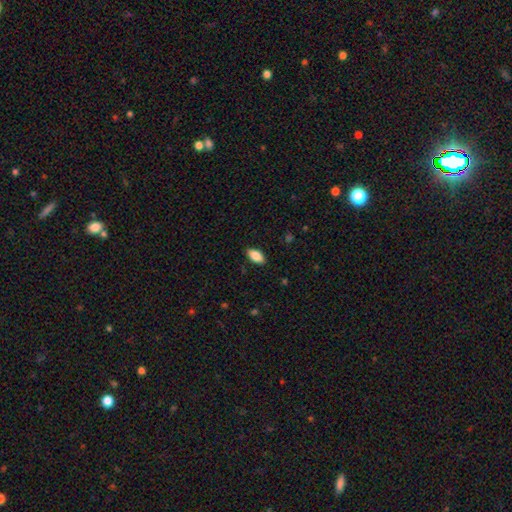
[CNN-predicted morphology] smooth_or_featured: smooth (p=0.85) [alt: featured or disk p=0.08]
how_rounded: in between (p=0.91) [alt: cigar-shaped p=0.07]
merging: none (p=0.88) [alt: minor disturbance p=0.09]